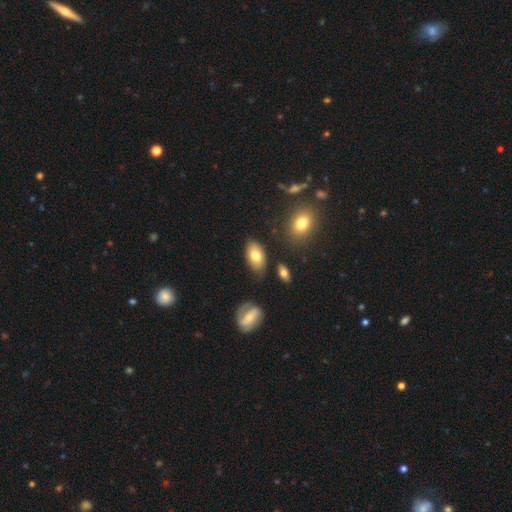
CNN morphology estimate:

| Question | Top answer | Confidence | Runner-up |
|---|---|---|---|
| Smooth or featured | smooth | 74% | featured or disk (19%) |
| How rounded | in between | 92% | round (7%) |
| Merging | none | 77% | minor disturbance (15%) |